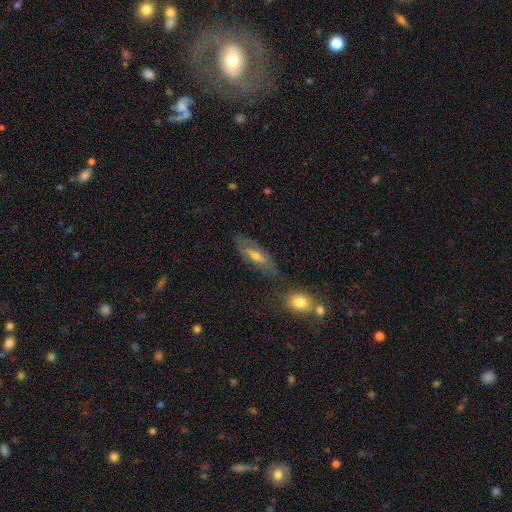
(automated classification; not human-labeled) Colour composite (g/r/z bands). It shows a featured or disk galaxy (50%). Merging: none (71%).